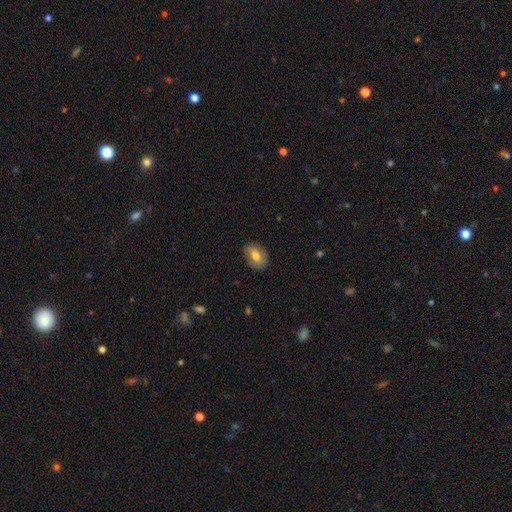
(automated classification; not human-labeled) Smooth or featured? smooth (73%)
How rounded? in between (83%)
Merging? none (84%)